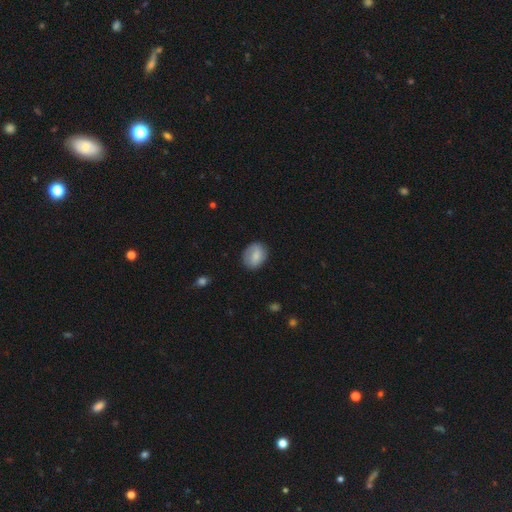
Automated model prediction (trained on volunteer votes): Overall: smooth (76%). How rounded: in between (54%; round 45%). Merging: none (78%).